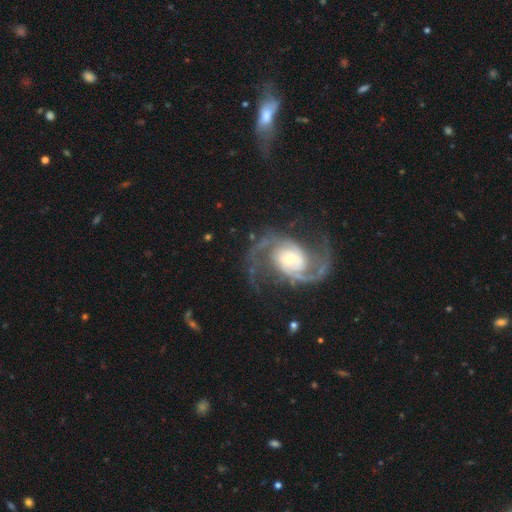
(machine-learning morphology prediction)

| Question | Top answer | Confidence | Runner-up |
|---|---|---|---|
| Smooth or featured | featured or disk | 92% | star or artifact (5%) |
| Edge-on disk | no | 98% | yes (2%) |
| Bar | no | 47% | weak (36%) |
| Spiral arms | yes | 98% | no (2%) |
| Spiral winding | medium | 60% | tight (20%) |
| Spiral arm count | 2 | 93% | can't tell (2%) |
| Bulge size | moderate | 50% | large (26%) |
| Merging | none | 76% | minor disturbance (13%) |